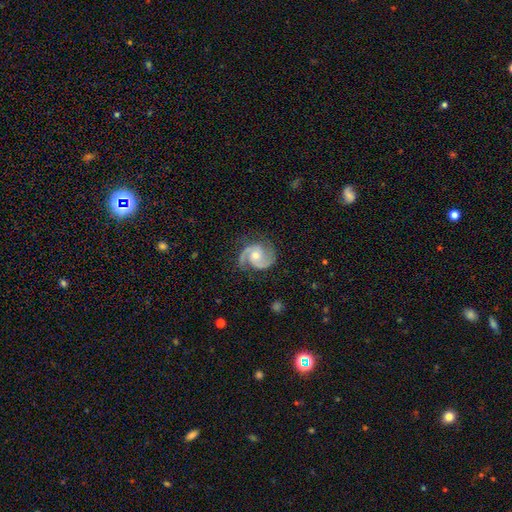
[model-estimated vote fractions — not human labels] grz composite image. It shows a featured or disk galaxy (90%) with no bar (66%), 2 (88%) medium (56%) spiral arms (98%) and a moderate central bulge (56%). Merging: none (75%).